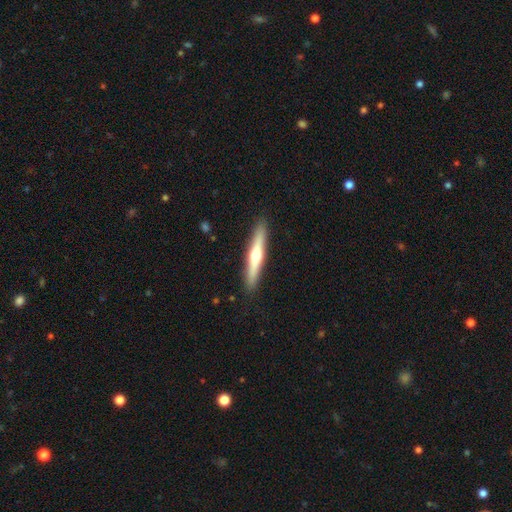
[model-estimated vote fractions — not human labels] Smooth or featured: featured or disk — 55% (smooth — 40%)
Edge-on disk: yes — 96% (no — 4%)
Edge-on bulge: rounded — 89% (none — 8%)
Merging: none — 91% (minor disturbance — 7%)